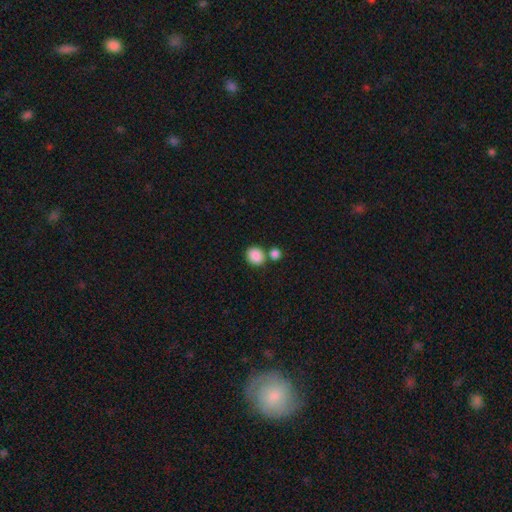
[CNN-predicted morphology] A smooth galaxy with no disk features (88%) that is round (69%). Merging: none (62%).